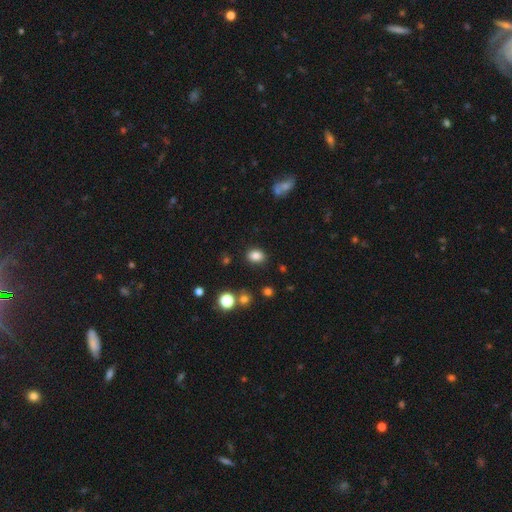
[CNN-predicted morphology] Smooth or featured: smooth — 83% (star or artifact — 11%)
How rounded: in between — 63% (round — 36%)
Merging: none — 87% (minor disturbance — 9%)